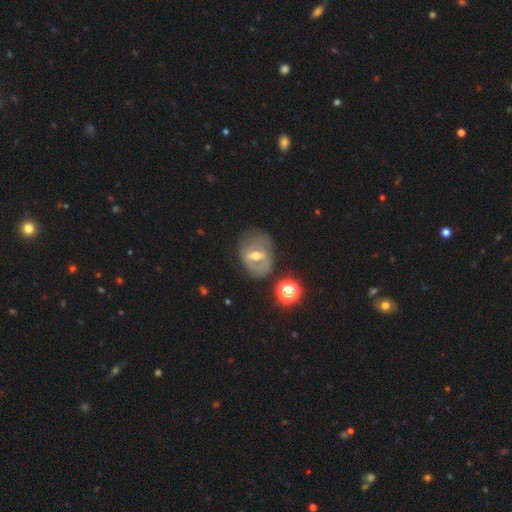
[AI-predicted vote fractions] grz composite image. It shows a featured or disk galaxy (67%) with a weak bar (44%), spiral arms (55%) and a moderate central bulge (69%). Merging: none (63%).